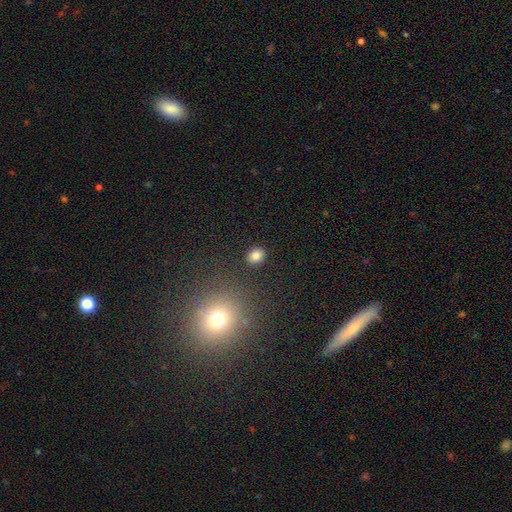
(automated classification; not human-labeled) smooth 83%, star or artifact 11%, featured or disk 5%. Down the decision tree: how rounded — round (53%); merging — none (88%).